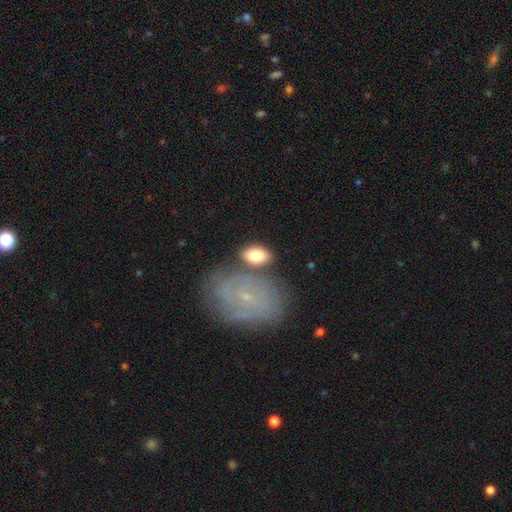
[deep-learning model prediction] Q: Smooth or featured?
A: smooth (70%); runner-up: featured or disk (24%)
Q: How rounded?
A: in between (91%); runner-up: round (6%)
Q: Merging?
A: none (64%); runner-up: minor disturbance (15%)